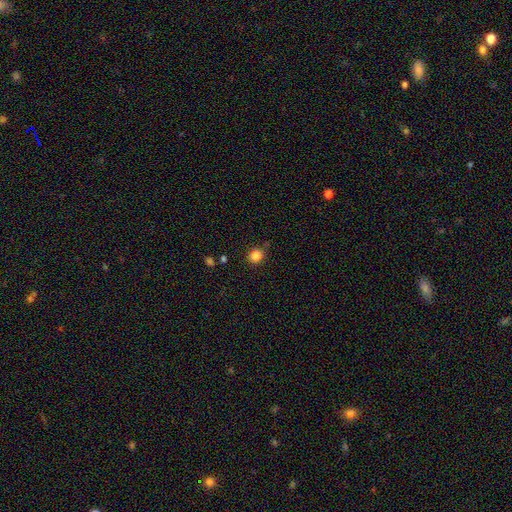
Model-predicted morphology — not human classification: Smooth or featured? Predicted: smooth (p=0.84). How rounded? Predicted: round (p=0.83). Merging? Predicted: none (p=0.84).